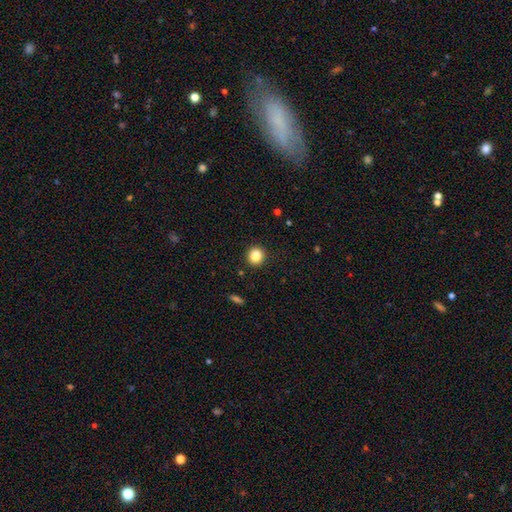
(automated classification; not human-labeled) smooth_or_featured: smooth (p=0.86) [alt: star or artifact p=0.10]
how_rounded: round (p=0.81) [alt: in between p=0.18]
merging: none (p=0.89) [alt: minor disturbance p=0.07]